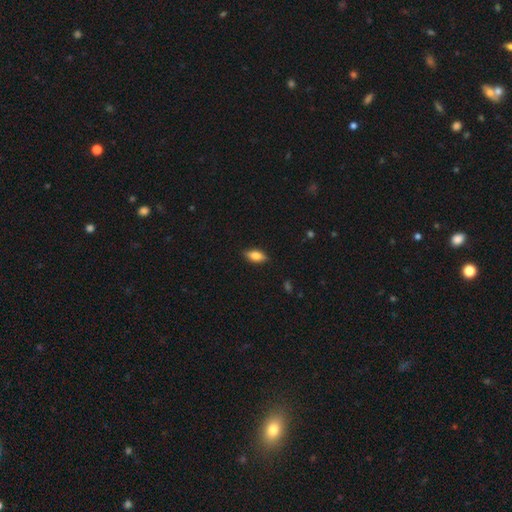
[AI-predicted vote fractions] Overall: smooth (72%). How rounded: in between (81%). Merging: none (86%).